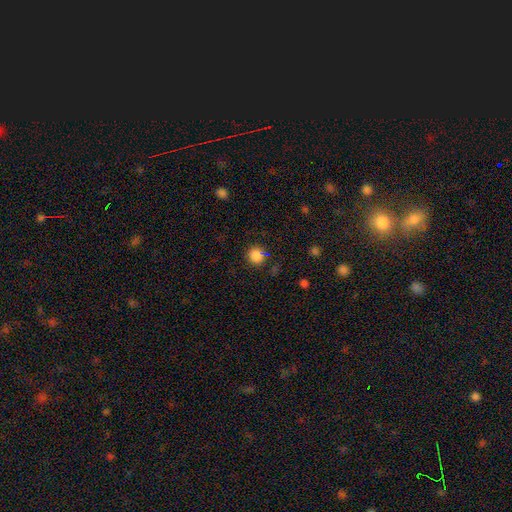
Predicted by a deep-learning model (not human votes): Smooth or featured? smooth (82%)
How rounded? round (80%)
Merging? none (78%)